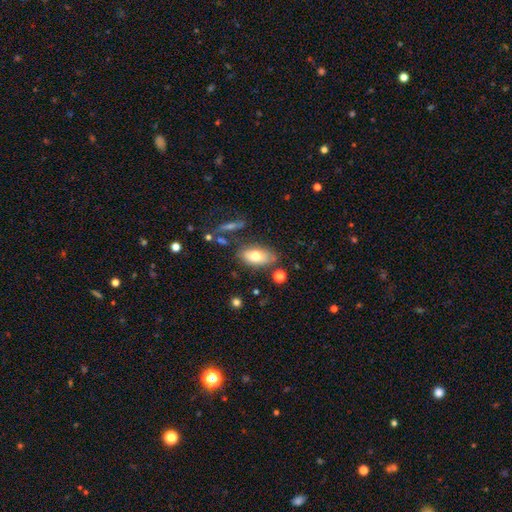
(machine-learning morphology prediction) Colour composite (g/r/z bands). It shows a smooth galaxy with no disk features (71%) that is in between round and cigar-shaped (90%). Merging: none (71%).